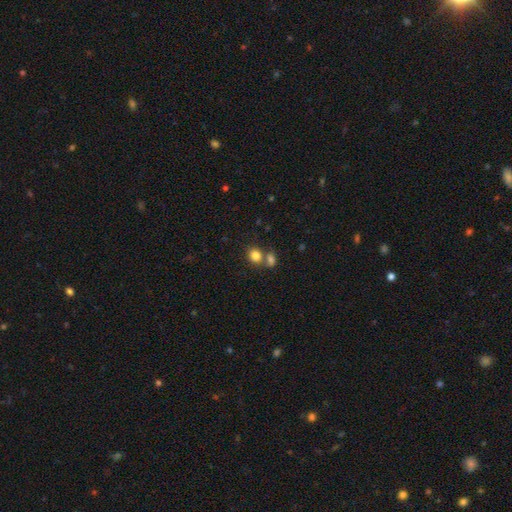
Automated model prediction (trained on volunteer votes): Smooth or featured? Predicted: smooth (p=0.82). How rounded? Predicted: round (p=0.67). Merging? Predicted: none (p=0.51).